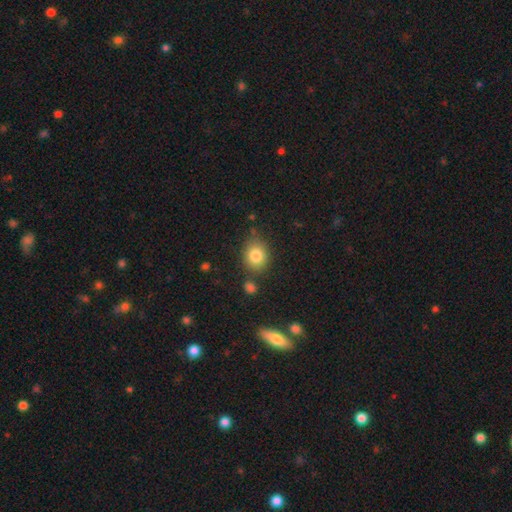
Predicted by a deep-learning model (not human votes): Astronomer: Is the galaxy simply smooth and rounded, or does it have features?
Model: smooth — 82%.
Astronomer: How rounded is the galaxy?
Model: round — 56% (runner-up: in between, 42%).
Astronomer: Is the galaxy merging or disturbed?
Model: none — 75%.